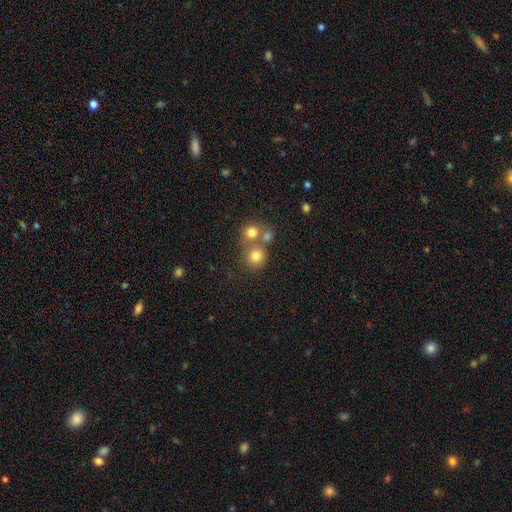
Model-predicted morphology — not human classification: This appears to be a smooth galaxy with no disk features (75%) that is round (87%). Merging: none (52%).